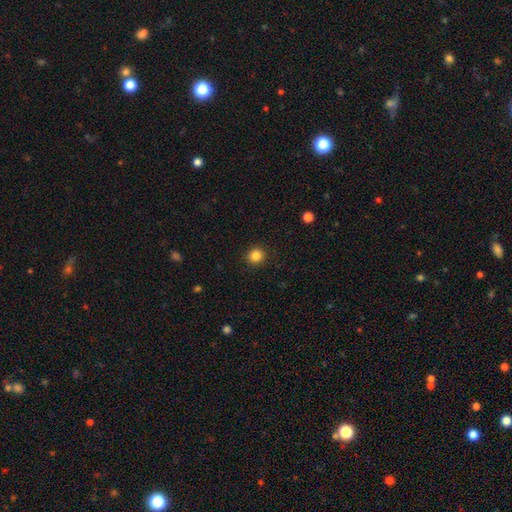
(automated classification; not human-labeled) smooth-or-featured: smooth: 84% | star or artifact: 11% | featured or disk: 4%
  how-rounded: round: 92% | in between: 8% | cigar-shaped: 1%
  merging: none: 92% | minor disturbance: 5% | major disturbance: 2% | merger: 1%